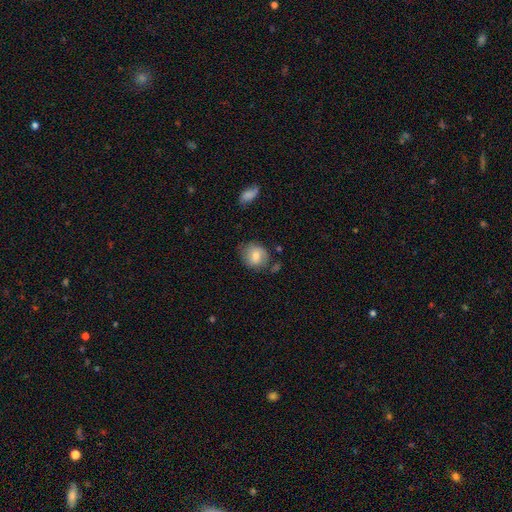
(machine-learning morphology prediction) The model was most divided on "merging": none: 66%, minor disturbance: 23%, major disturbance: 7%, merger: 4%. More confident: how rounded — round (73%); smooth or featured — smooth (70%).